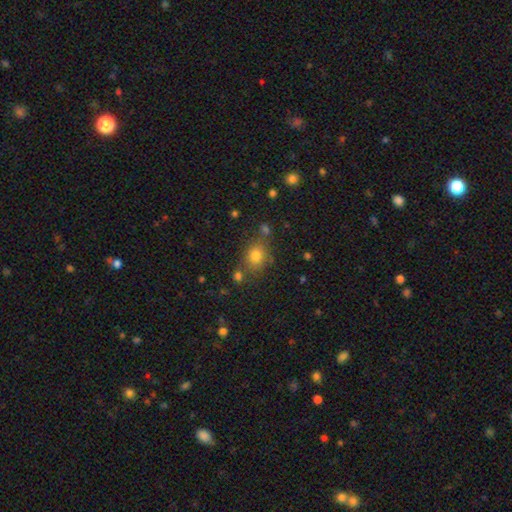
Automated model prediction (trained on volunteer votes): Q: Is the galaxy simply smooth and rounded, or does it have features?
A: smooth — 77%.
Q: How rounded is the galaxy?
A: round — 61%.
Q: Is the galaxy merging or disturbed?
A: none — 72%.